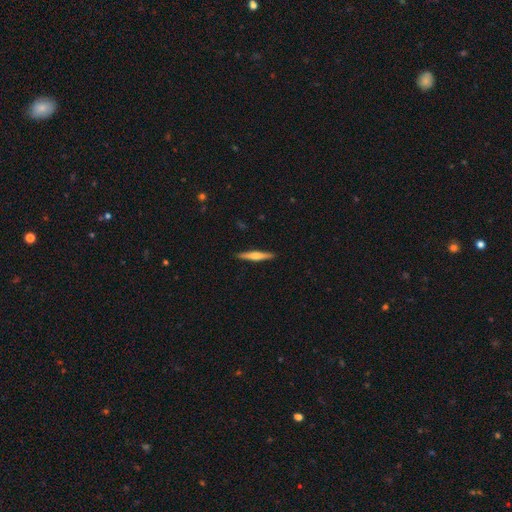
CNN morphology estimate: Smooth or featured: featured or disk — 52% (smooth — 43%)
Edge-on disk: yes — 97% (no — 3%)
Edge-on bulge: rounded — 77% (none — 13%)
Merging: none — 91% (minor disturbance — 6%)